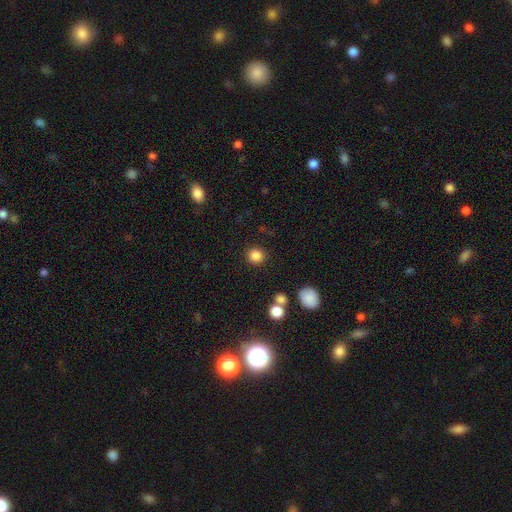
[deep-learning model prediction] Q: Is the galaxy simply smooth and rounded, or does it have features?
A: smooth — 85%.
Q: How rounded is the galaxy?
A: round — 90%.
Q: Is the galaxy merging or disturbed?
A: none — 88%.